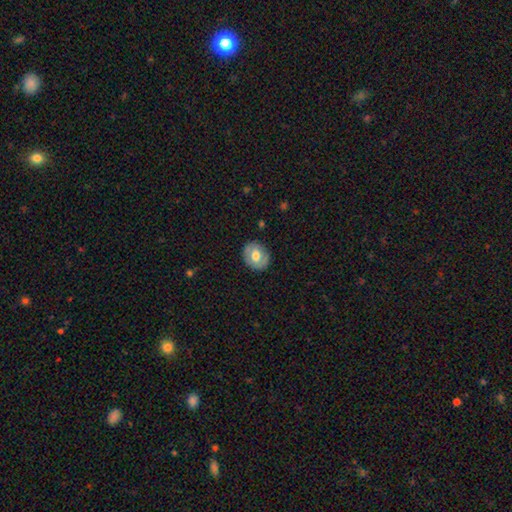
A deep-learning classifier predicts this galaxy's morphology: A smooth galaxy with no disk features (59%) that is round (65%). Merging: none (84%).